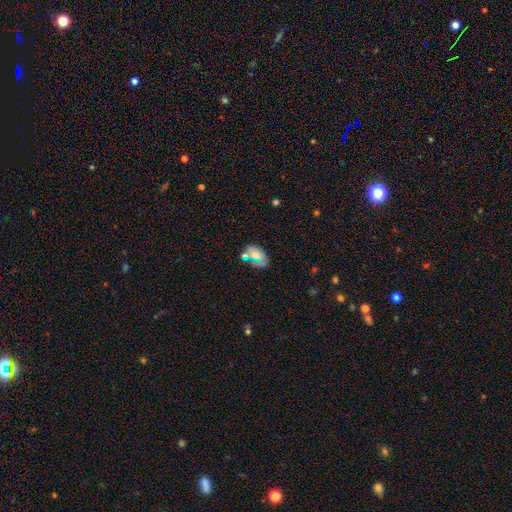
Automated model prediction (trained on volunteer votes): Overall: smooth (61%; featured or disk 23%). How rounded: in between (86%). Merging: none (61%).